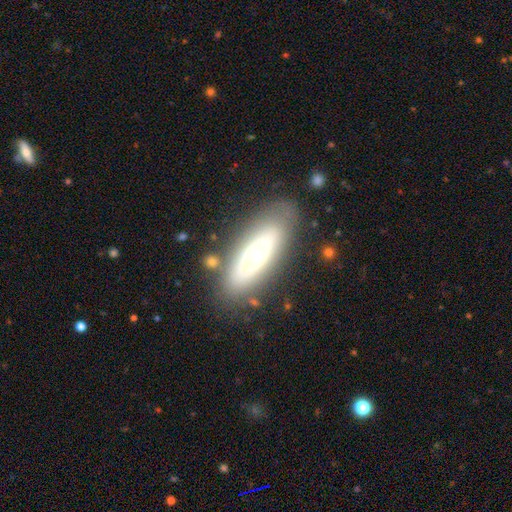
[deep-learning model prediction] A featured or disk galaxy (47%). Merging: none (78%).